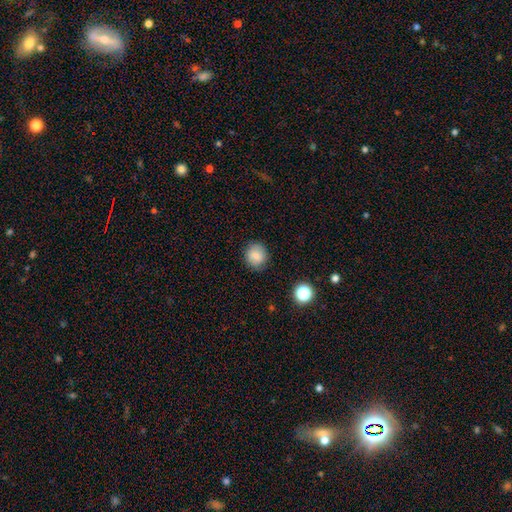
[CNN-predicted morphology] smooth-or-featured: smooth: 78% | featured or disk: 12% | star or artifact: 10%
  how-rounded: round: 81% | in between: 18% | cigar-shaped: 1%
  merging: none: 83% | minor disturbance: 13% | major disturbance: 3% | merger: 1%